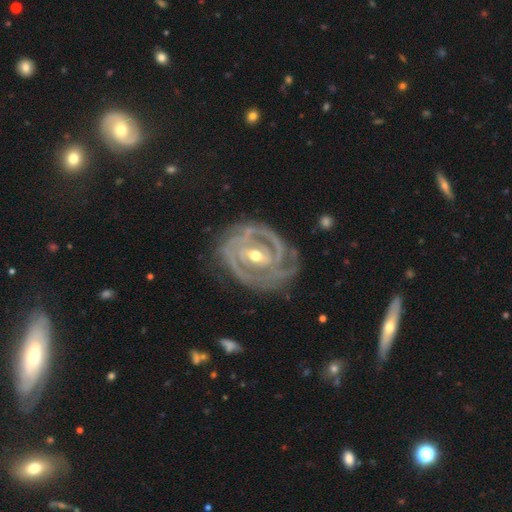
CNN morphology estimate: smooth_or_featured: featured or disk (p=0.92) [alt: smooth p=0.04]
disk_edge_on: no (p=0.97) [alt: yes p=0.03]
bar: weak (p=0.42) [alt: strong p=0.30]
has_spiral_arms: yes (p=0.97) [alt: no p=0.03]
spiral_winding: tight (p=0.77) [alt: medium p=0.19]
spiral_arm_count: 2 (p=0.35) [alt: 3 p=0.29]
bulge_size: moderate (p=0.65) [alt: small p=0.31]
merging: none (p=0.72) [alt: minor disturbance p=0.20]